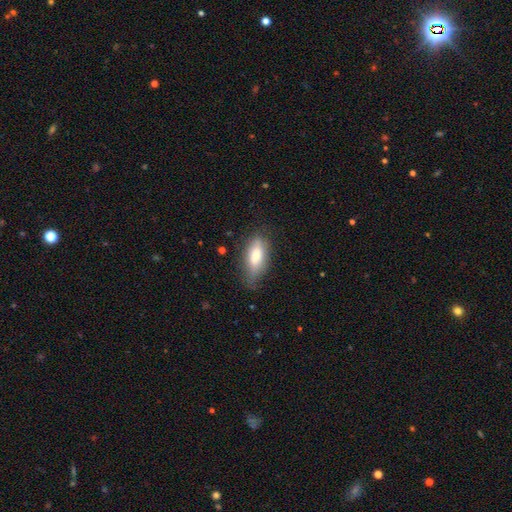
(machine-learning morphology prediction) Smooth or featured?
  - smooth: 74% *
  - featured or disk: 19%
  - star or artifact: 7%
How rounded?
  - in between: 80% *
  - cigar-shaped: 17%
  - round: 3%
Merging?
  - none: 61% *
  - minor disturbance: 29%
  - major disturbance: 8%
  - merger: 2%